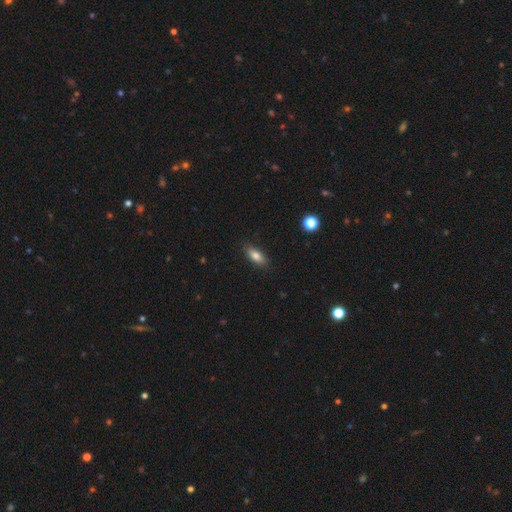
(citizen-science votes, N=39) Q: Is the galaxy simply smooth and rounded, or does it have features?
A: smooth — 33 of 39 (85%).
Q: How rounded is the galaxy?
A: in between — 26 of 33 (79%).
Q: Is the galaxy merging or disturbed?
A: none — 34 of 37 (92%).